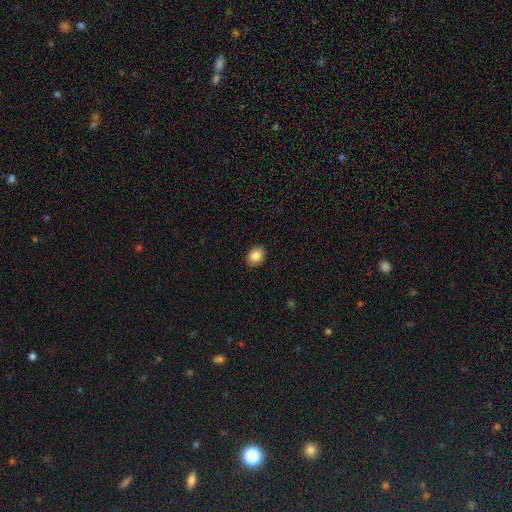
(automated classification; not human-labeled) Smooth or featured? smooth (87%)
How rounded? round (51%)
Merging? none (89%)